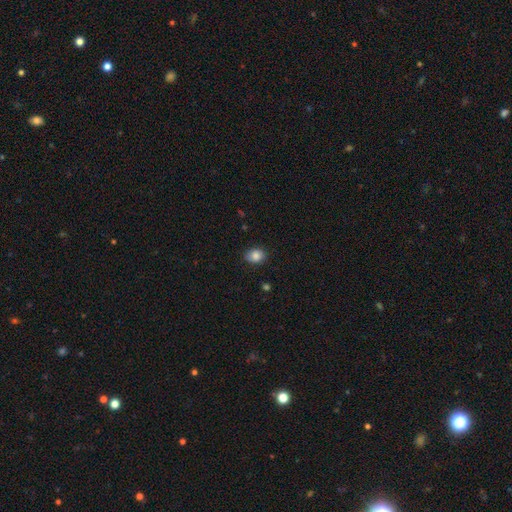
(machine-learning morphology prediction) smooth_or_featured: smooth (p=0.81) [alt: featured or disk p=0.09]
how_rounded: in between (p=0.52) [alt: round p=0.47]
merging: none (p=0.80) [alt: minor disturbance p=0.16]